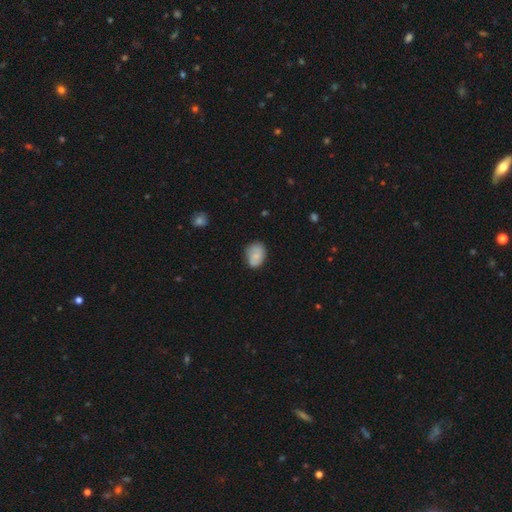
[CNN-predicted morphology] Smooth or featured?
  - smooth: 75% *
  - featured or disk: 18%
  - star or artifact: 7%
How rounded?
  - in between: 74% *
  - round: 25%
  - cigar-shaped: 1%
Merging?
  - none: 67% *
  - minor disturbance: 25%
  - major disturbance: 5%
  - merger: 2%